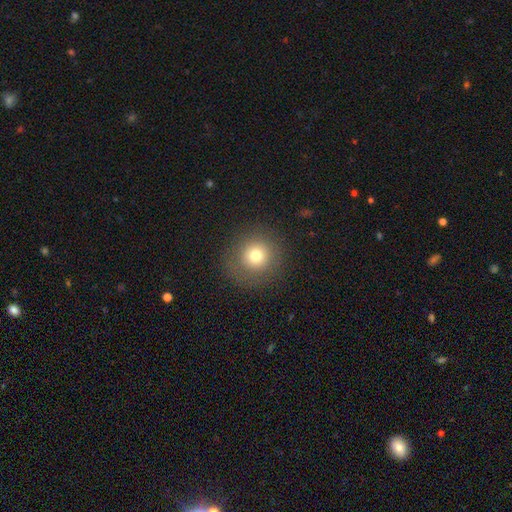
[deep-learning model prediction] Smooth or featured: smooth — 74% (star or artifact — 14%)
How rounded: round — 92% (in between — 7%)
Merging: none — 87% (minor disturbance — 8%)